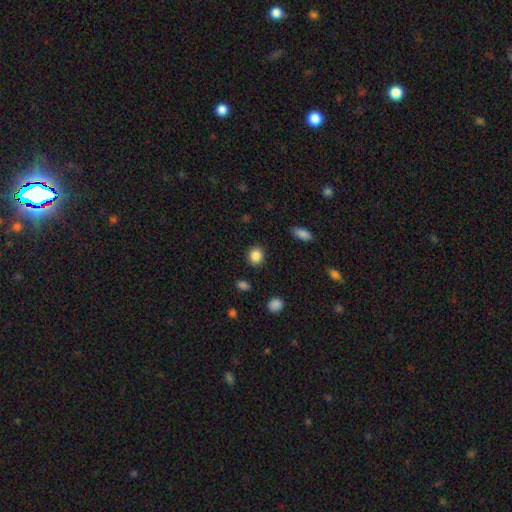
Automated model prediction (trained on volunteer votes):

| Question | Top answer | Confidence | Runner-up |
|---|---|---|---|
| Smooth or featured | smooth | 87% | star or artifact (9%) |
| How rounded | round | 79% | in between (20%) |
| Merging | none | 89% | minor disturbance (7%) |